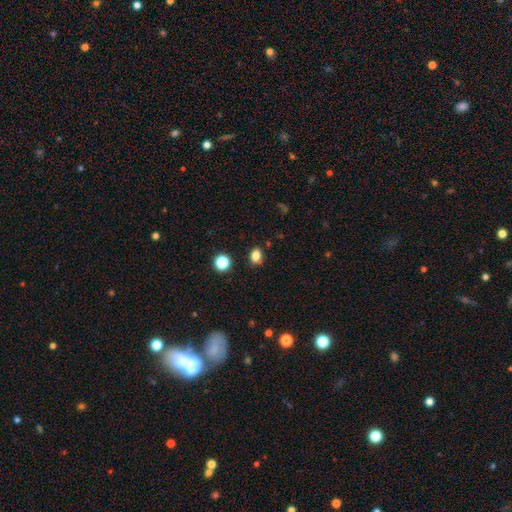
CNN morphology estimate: Smooth or featured? smooth (80%)
How rounded? in between (65%)
Merging? none (83%)